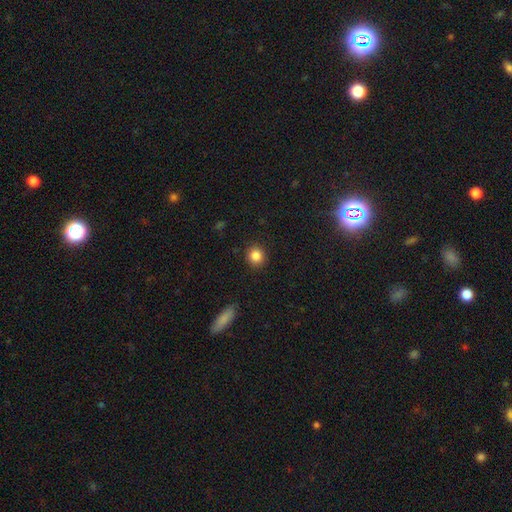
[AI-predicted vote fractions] A smooth galaxy with no disk features (85%) that is round (89%). Merging: none (91%).